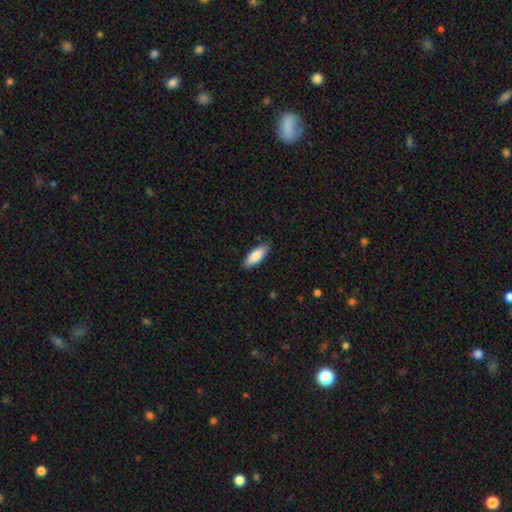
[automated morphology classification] smooth-or-featured: smooth: 85% | featured or disk: 9% | star or artifact: 5%
  how-rounded: in between: 72% | cigar-shaped: 26% | round: 2%
  merging: none: 82% | minor disturbance: 15% | major disturbance: 2% | merger: 1%